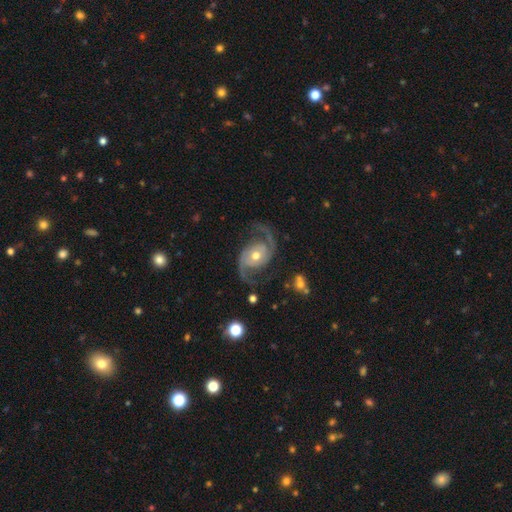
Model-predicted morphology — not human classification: type=featured or disk (92%); edge-on=no (98%); bar=no (66%); spiral arms=yes (98%); winding=medium (50%); arm count=2 (94%); bulge=moderate (71%); merging=none (78%).